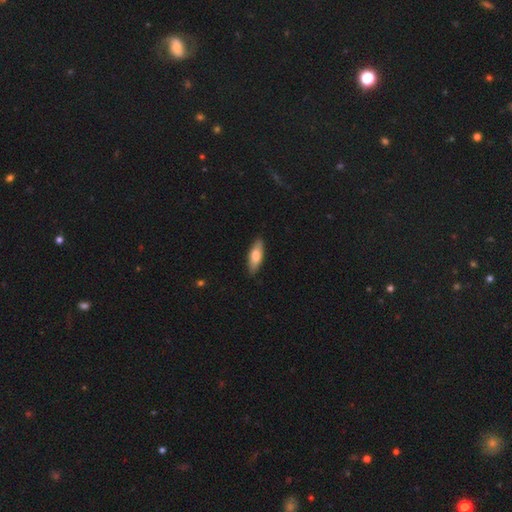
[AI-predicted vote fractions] Smooth or featured?
  - smooth: 76% *
  - featured or disk: 19%
  - star or artifact: 5%
How rounded?
  - in between: 60% *
  - cigar-shaped: 38%
  - round: 2%
Merging?
  - none: 88% *
  - minor disturbance: 10%
  - major disturbance: 2%
  - merger: 1%